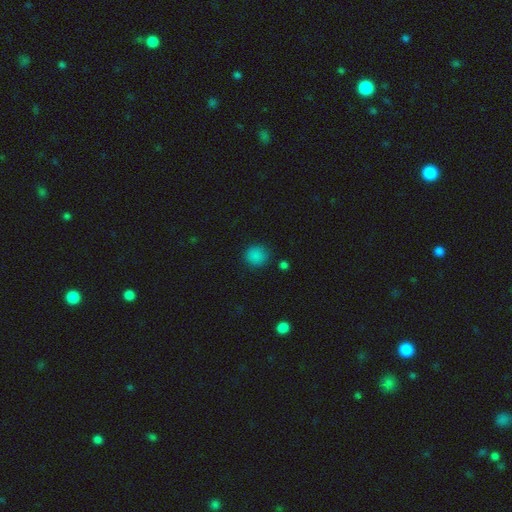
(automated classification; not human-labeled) Smooth or featured?
  - smooth: 84% *
  - star or artifact: 12%
  - featured or disk: 3%
How rounded?
  - round: 88% *
  - in between: 11%
  - cigar-shaped: 1%
Merging?
  - none: 85% *
  - minor disturbance: 10%
  - major disturbance: 3%
  - merger: 2%